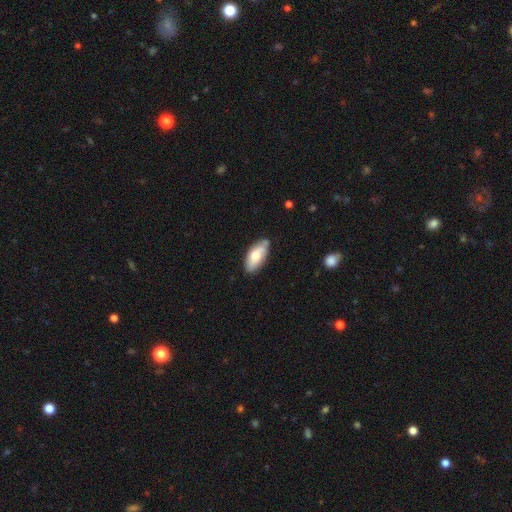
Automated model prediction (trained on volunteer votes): Smooth or featured? smooth (65%)
How rounded? in between (90%)
Merging? none (73%)